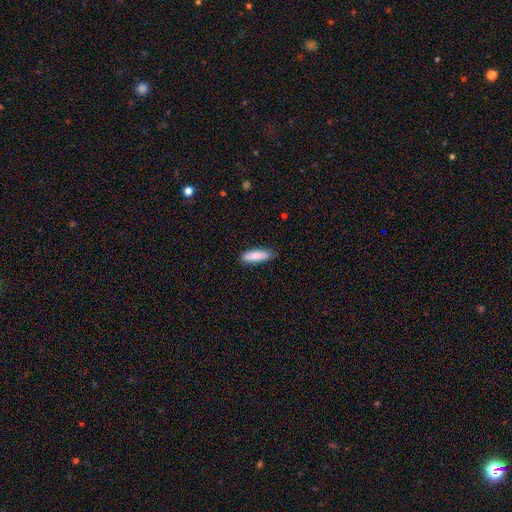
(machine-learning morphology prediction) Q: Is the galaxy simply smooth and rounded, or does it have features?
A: smooth — 85%.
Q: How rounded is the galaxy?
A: cigar-shaped — 54%.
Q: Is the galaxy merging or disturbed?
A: none — 82%.